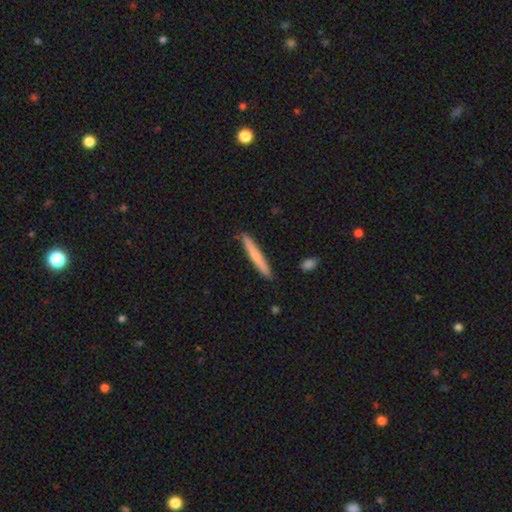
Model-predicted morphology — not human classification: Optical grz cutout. It shows a smooth galaxy with no disk features (64%) that is cigar-shaped (96%). Merging: none (90%).